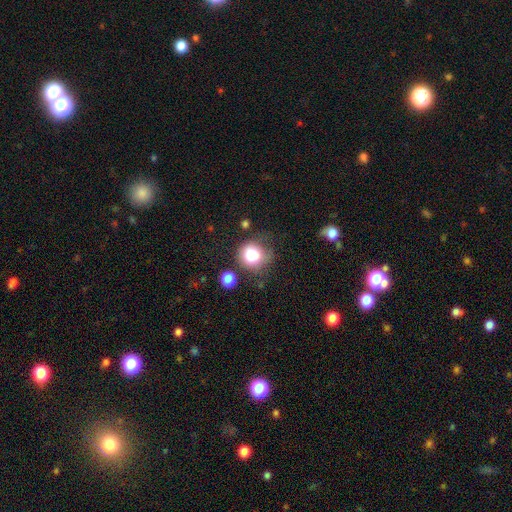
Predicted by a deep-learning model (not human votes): Overall: smooth (80%). How rounded: round (86%). Merging: none (61%; minor disturbance 22%).